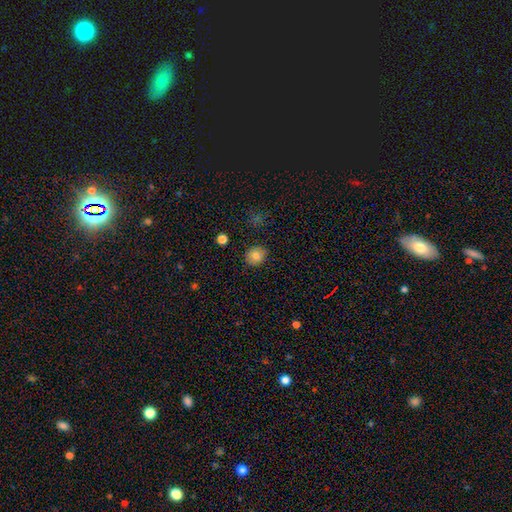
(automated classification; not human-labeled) A smooth galaxy with no disk features (83%) that is round (78%). Merging: none (88%).